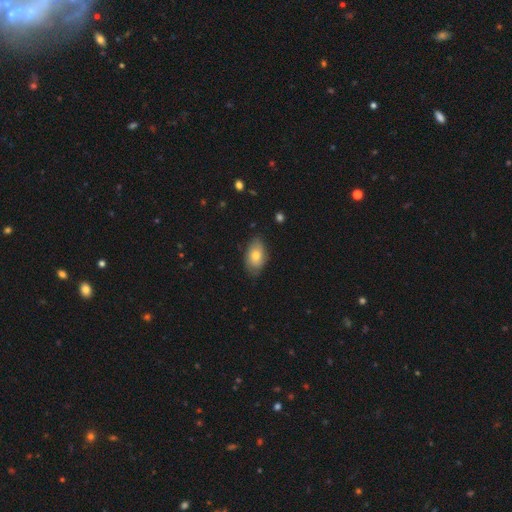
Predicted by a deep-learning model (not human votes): Overall: smooth (68%). How rounded: in between (91%). Merging: none (75%).